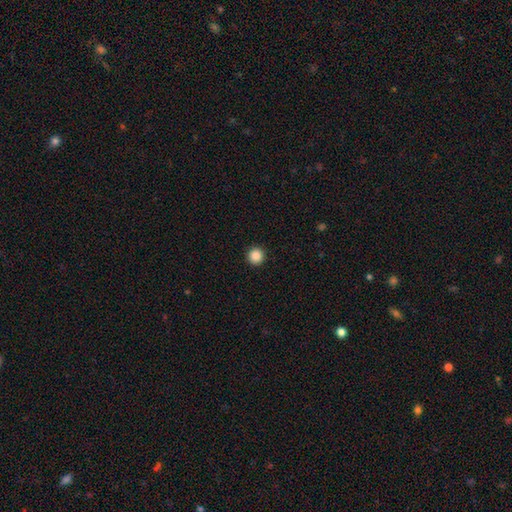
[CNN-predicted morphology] A smooth galaxy with no disk features (87%) that is round (96%).

Vote fractions:
- Smooth or featured? smooth: 87% / star or artifact: 10% / featured or disk: 3%
- How rounded? round: 96% / in between: 3% / cigar-shaped: 1%
- Merging? none: 93% / minor disturbance: 4% / major disturbance: 2% / merger: 1%